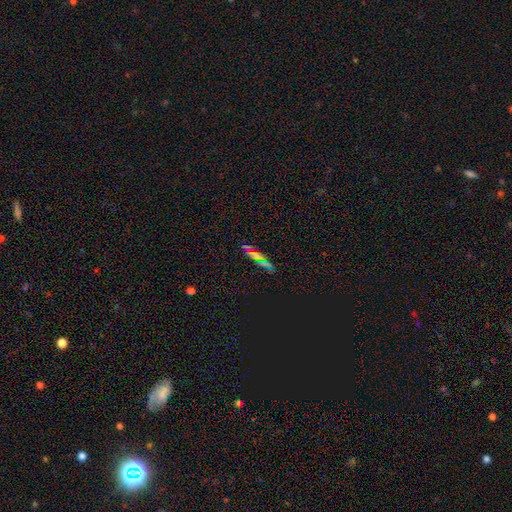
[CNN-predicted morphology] Smooth or featured?
  - star or artifact: 44% *
  - smooth: 30%
  - featured or disk: 26%